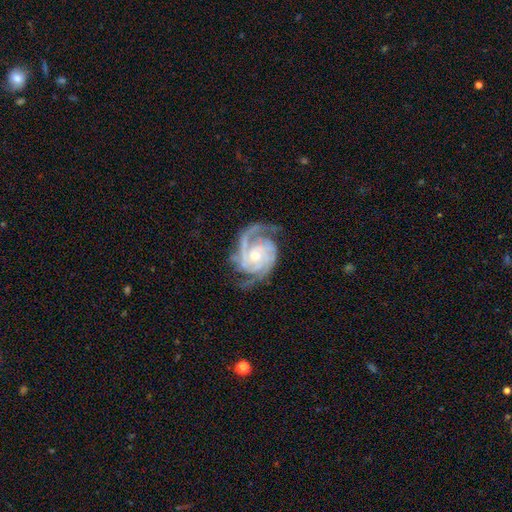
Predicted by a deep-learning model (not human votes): smooth_or_featured: featured or disk (p=0.92) [alt: star or artifact p=0.04]
disk_edge_on: no (p=0.98) [alt: yes p=0.02]
bar: no (p=0.72) [alt: weak p=0.22]
has_spiral_arms: yes (p=0.98) [alt: no p=0.02]
spiral_winding: tight (p=0.52) [alt: medium p=0.40]
spiral_arm_count: 3 (p=0.36) [alt: 2 p=0.34]
bulge_size: small (p=0.57) [alt: moderate p=0.39]
merging: none (p=0.70) [alt: minor disturbance p=0.19]